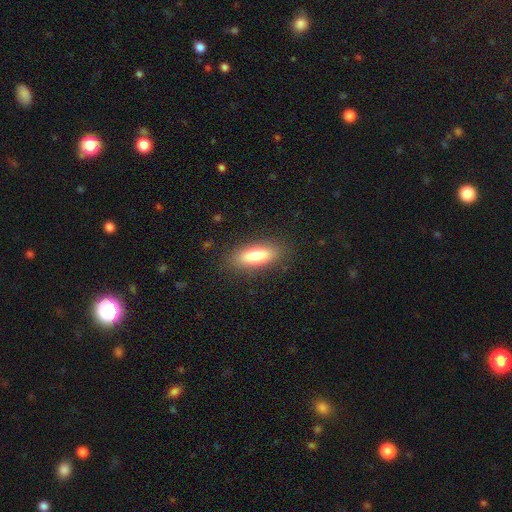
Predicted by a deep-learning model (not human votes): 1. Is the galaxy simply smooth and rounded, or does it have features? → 78% smooth, 15% featured or disk, 7% star or artifact.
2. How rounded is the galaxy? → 65% in between, 33% cigar-shaped, 2% round.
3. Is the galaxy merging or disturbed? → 86% none, 10% minor disturbance, 3% major disturbance, 1% merger.